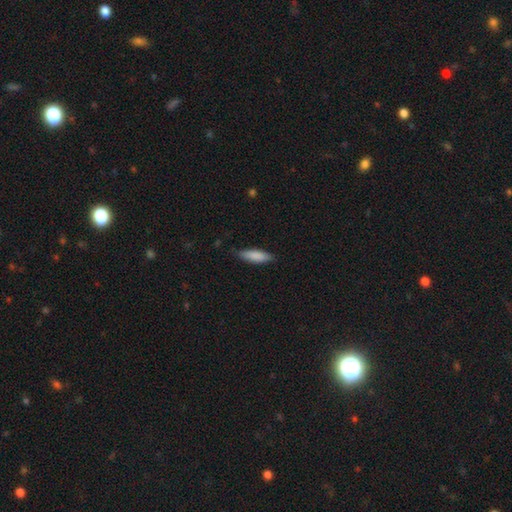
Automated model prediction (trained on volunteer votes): Smooth or featured: smooth — 85% (featured or disk — 9%)
How rounded: cigar-shaped — 53% (in between — 46%)
Merging: none — 81% (minor disturbance — 15%)